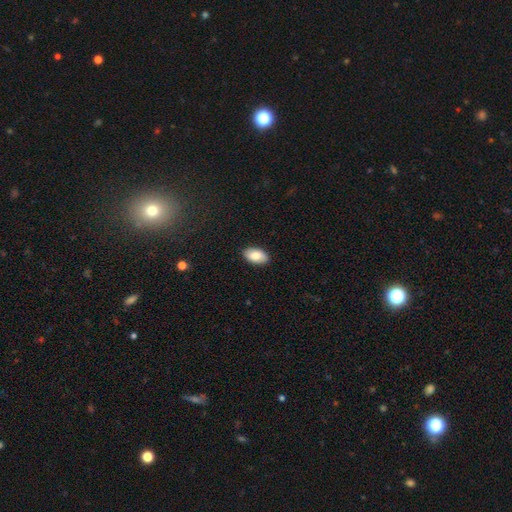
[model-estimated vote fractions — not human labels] Q: Smooth or featured?
A: smooth (84%); runner-up: featured or disk (10%)
Q: How rounded?
A: in between (95%); runner-up: round (4%)
Q: Merging?
A: none (89%); runner-up: minor disturbance (8%)